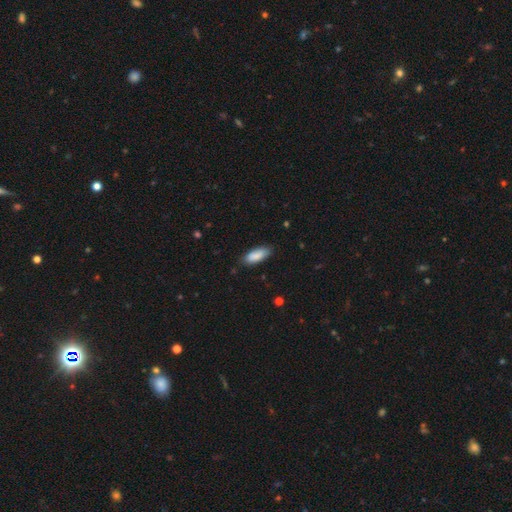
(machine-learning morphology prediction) Overall: smooth (88%). How rounded: in between (77%). Merging: none (81%).